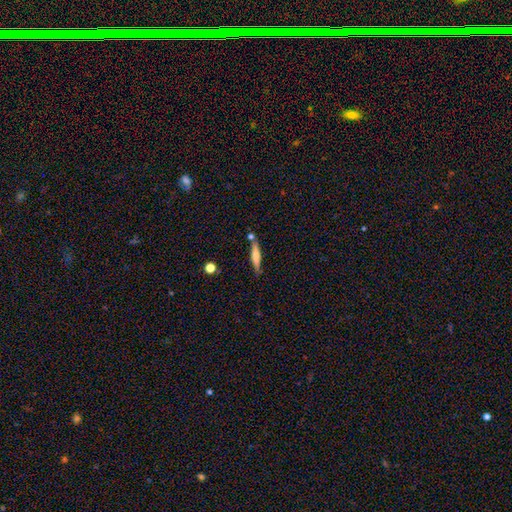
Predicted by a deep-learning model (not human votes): Q: Smooth or featured?
A: smooth (52%); runner-up: featured or disk (42%)
Q: How rounded?
A: cigar-shaped (86%); runner-up: in between (12%)
Q: Merging?
A: none (75%); runner-up: minor disturbance (13%)